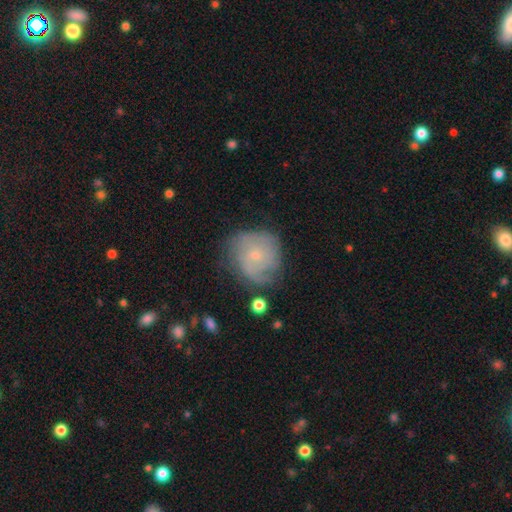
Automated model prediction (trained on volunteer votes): featured or disk 61%, smooth 31%, star or artifact 8%. Down the decision tree: edge-on disk — no (97%); bar — no (81%); spiral arms — yes (82%); bulge size — small (79%); merging — none (59%).